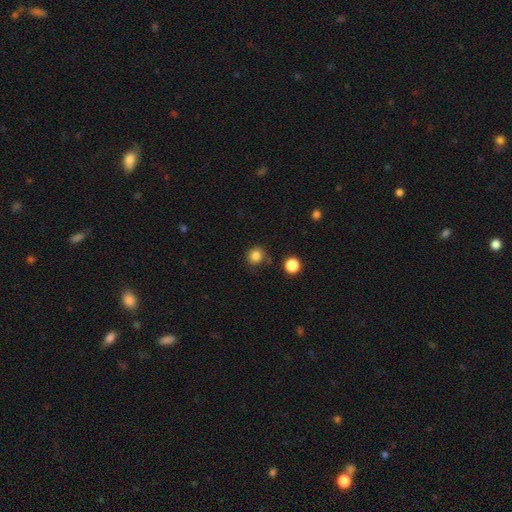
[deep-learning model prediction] This appears to be a smooth galaxy with no disk features (83%) that is round (89%). Merging: none (78%).